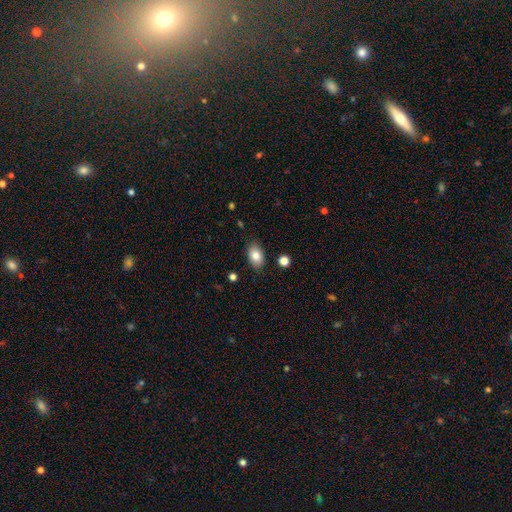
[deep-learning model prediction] Morphology: type=smooth (83%); roundness=in between (86%); merging=none (86%).